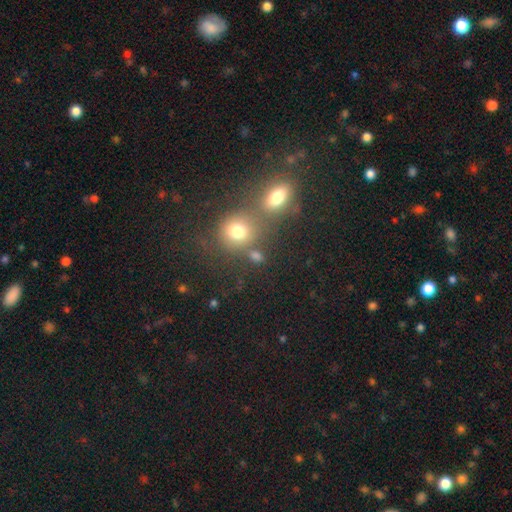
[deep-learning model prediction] The model was most divided on "merging": none: 55%, merger: 29%, minor disturbance: 10%, major disturbance: 6%. More confident: smooth or featured — smooth (72%); how rounded — round (67%).